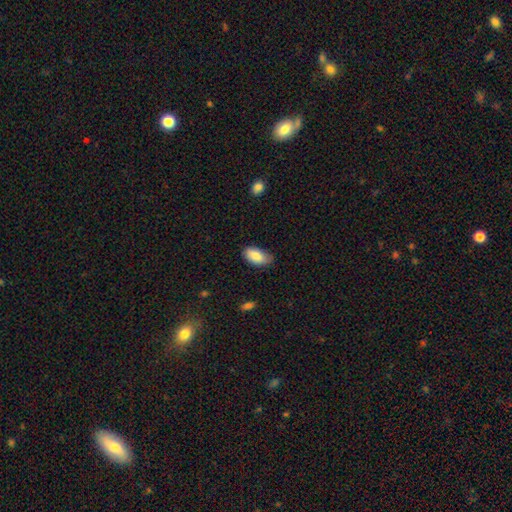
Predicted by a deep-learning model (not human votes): This is clearly a smooth galaxy (82%). How rounded: clearly in between (94%). Merging: likely none (69%).